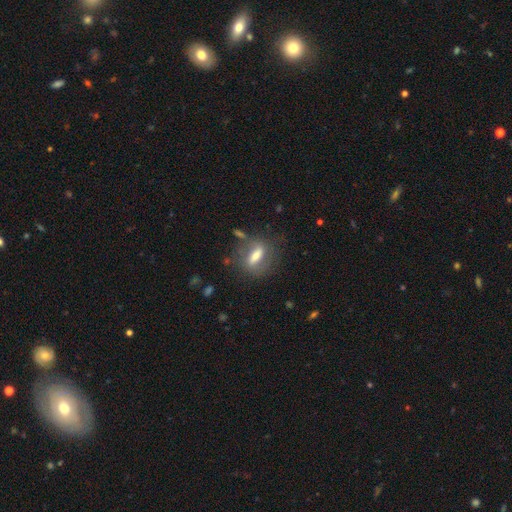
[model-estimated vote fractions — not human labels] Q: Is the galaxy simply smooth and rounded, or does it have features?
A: smooth — 50%.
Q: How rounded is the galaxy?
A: in between — 57%.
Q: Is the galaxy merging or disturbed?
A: none — 66%.